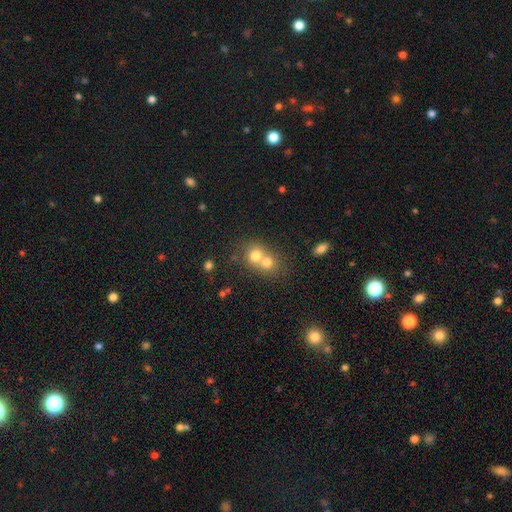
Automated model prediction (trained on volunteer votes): A smooth galaxy with no disk features (72%) that is round (76%). Merging: merger (67%).